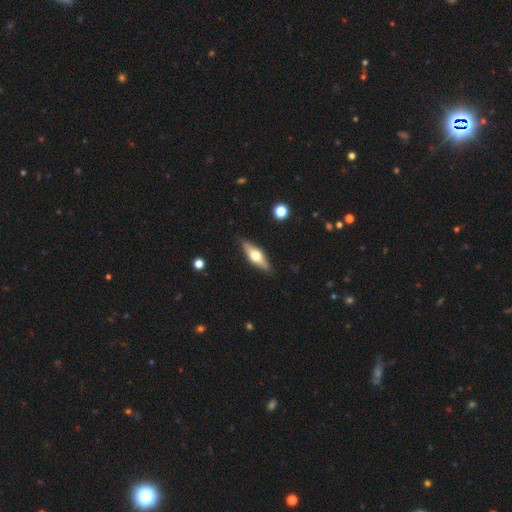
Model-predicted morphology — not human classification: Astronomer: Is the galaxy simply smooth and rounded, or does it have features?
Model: featured or disk — 54% (runner-up: smooth, 40%).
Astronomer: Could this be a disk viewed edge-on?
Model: yes — 90%.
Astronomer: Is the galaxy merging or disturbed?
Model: none — 87%.